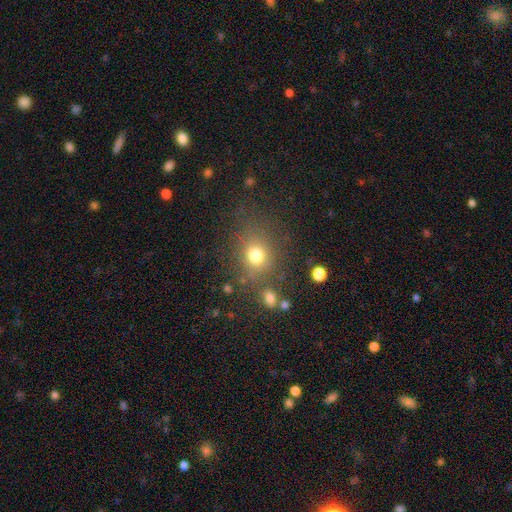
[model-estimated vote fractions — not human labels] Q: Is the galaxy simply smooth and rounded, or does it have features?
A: smooth — 75%.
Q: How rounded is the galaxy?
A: round — 68%.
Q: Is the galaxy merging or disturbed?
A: none — 68%.